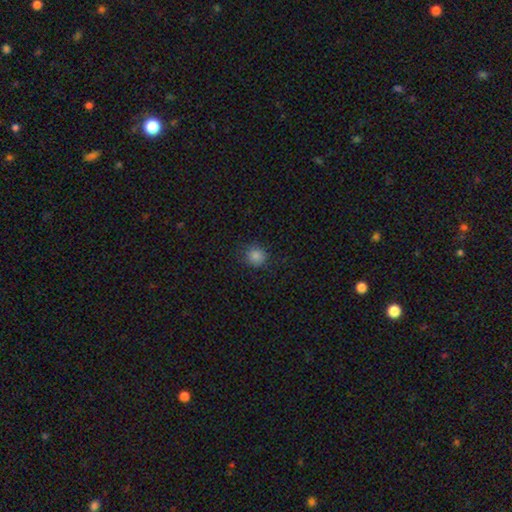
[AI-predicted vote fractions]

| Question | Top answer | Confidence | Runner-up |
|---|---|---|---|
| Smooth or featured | smooth | 83% | star or artifact (13%) |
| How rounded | round | 90% | in between (9%) |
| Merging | none | 86% | minor disturbance (10%) |